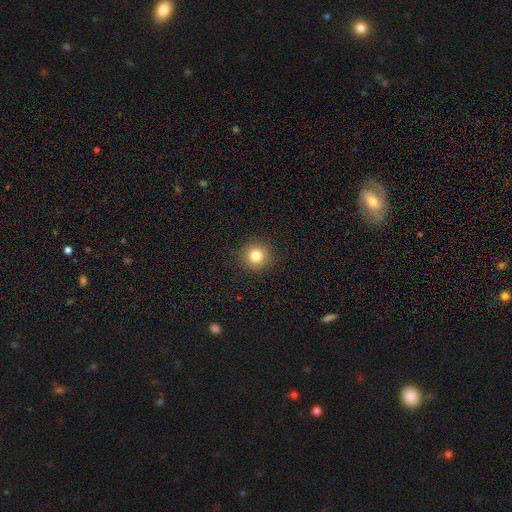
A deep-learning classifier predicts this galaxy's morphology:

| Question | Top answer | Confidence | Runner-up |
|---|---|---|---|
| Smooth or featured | smooth | 81% | star or artifact (12%) |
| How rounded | round | 95% | in between (4%) |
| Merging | none | 92% | minor disturbance (5%) |